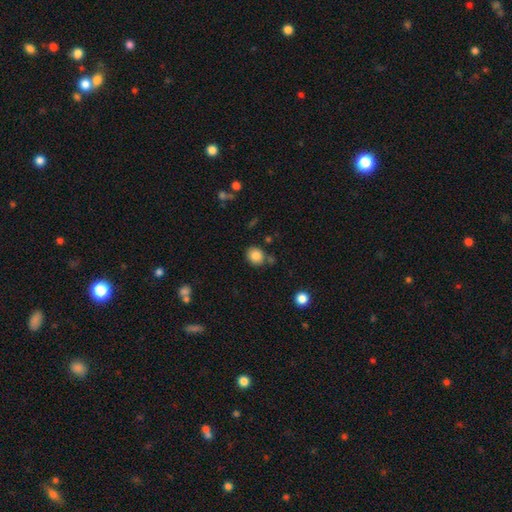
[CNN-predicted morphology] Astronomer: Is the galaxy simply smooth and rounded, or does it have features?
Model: smooth — 84%.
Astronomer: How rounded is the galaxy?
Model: round — 74%.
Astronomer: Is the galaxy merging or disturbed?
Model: none — 75%.